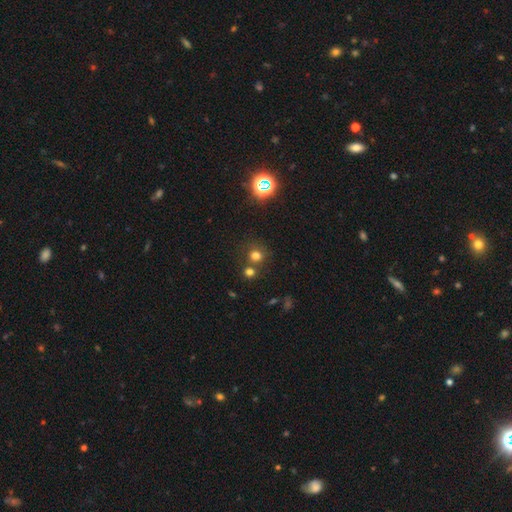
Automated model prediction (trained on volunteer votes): Overall: smooth (70%). How rounded: round (87%). Merging: none (66%).